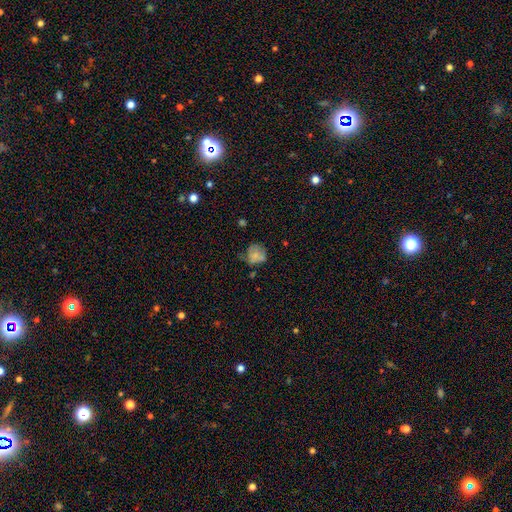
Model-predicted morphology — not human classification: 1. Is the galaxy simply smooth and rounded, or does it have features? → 64% smooth, 23% featured or disk, 13% star or artifact.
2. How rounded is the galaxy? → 68% round, 31% in between, 1% cigar-shaped.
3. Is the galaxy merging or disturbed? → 45% none, 31% minor disturbance, 19% major disturbance, 5% merger.